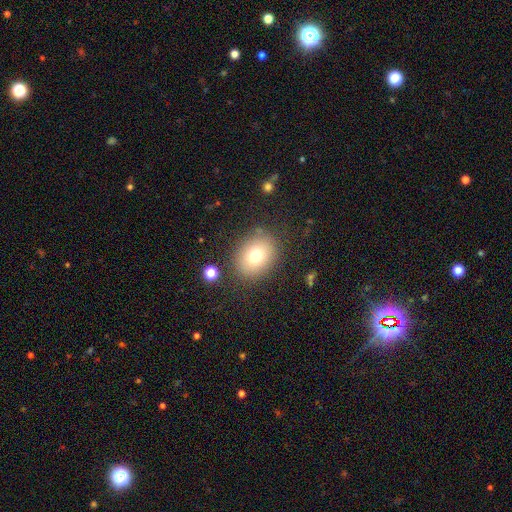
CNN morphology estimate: Overall: smooth (75%). How rounded: in between (53%; round 46%). Merging: none (82%).